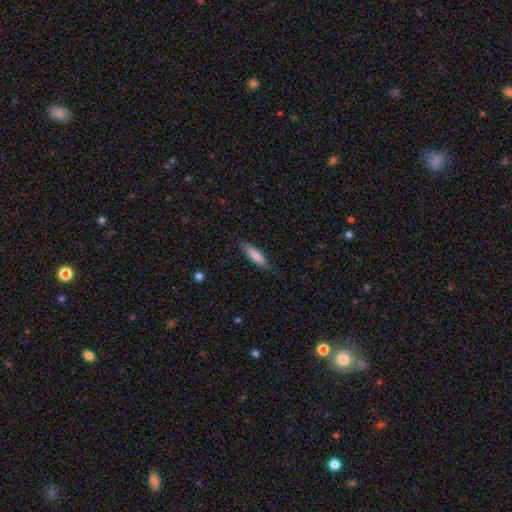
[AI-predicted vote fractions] Q: Smooth or featured?
A: smooth (81%); runner-up: featured or disk (14%)
Q: How rounded?
A: cigar-shaped (69%); runner-up: in between (30%)
Q: Merging?
A: none (80%); runner-up: minor disturbance (16%)